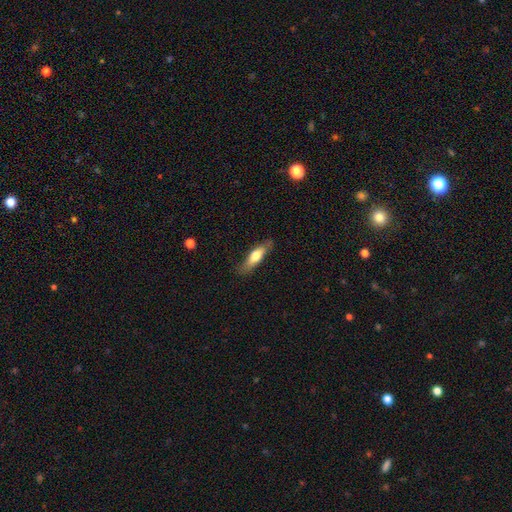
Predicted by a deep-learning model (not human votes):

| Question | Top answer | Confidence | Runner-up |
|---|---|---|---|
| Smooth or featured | smooth | 63% | featured or disk (31%) |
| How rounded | cigar-shaped | 55% | in between (43%) |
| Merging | none | 77% | minor disturbance (18%) |